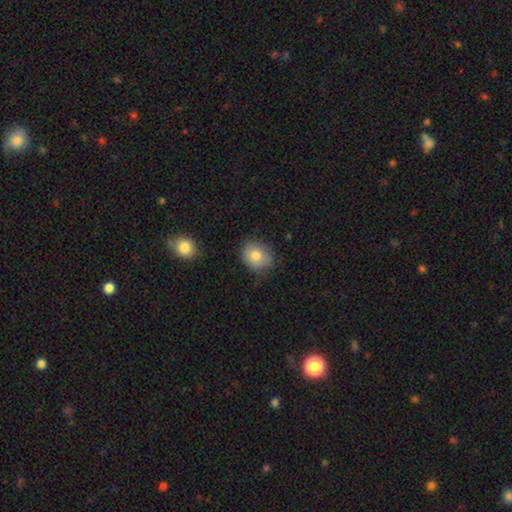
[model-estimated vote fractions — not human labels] Smooth or featured?
  - smooth: 79% *
  - featured or disk: 12%
  - star or artifact: 9%
How rounded?
  - round: 57% *
  - in between: 42%
  - cigar-shaped: 1%
Merging?
  - none: 76% *
  - minor disturbance: 18%
  - major disturbance: 4%
  - merger: 2%